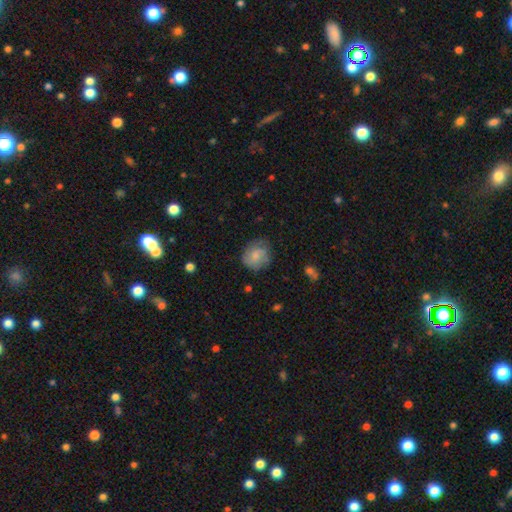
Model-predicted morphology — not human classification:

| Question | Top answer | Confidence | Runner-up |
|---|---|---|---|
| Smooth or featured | smooth | 69% | featured or disk (23%) |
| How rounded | round | 78% | in between (21%) |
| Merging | none | 69% | minor disturbance (22%) |